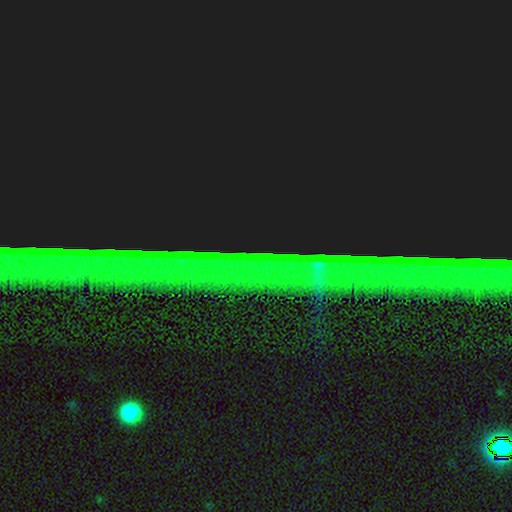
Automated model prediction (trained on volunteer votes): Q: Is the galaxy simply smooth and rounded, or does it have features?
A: star or artifact — 83%.